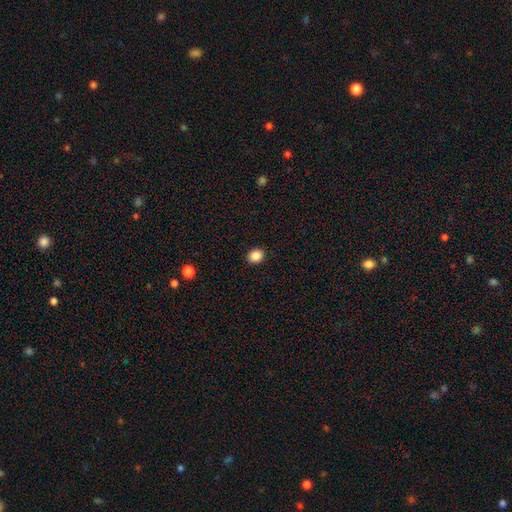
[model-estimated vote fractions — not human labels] smooth_or_featured: smooth (p=0.87) [alt: star or artifact p=0.10]
how_rounded: round (p=0.68) [alt: in between p=0.31]
merging: none (p=0.92) [alt: minor disturbance p=0.06]